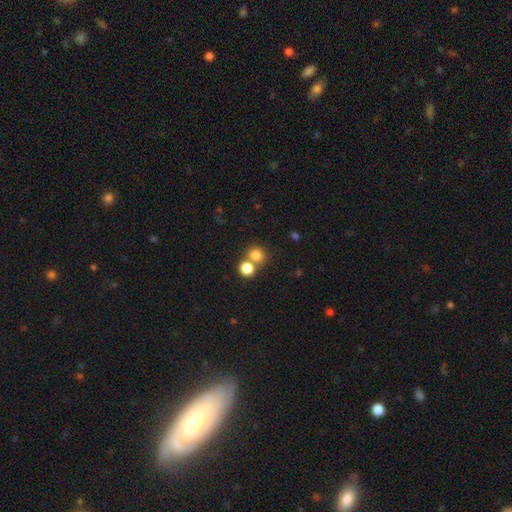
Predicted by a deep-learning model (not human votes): Smooth or featured?
  - smooth: 80% *
  - star or artifact: 13%
  - featured or disk: 7%
How rounded?
  - round: 81% *
  - in between: 18%
  - cigar-shaped: 1%
Merging?
  - none: 55% *
  - merger: 35%
  - minor disturbance: 7%
  - major disturbance: 3%